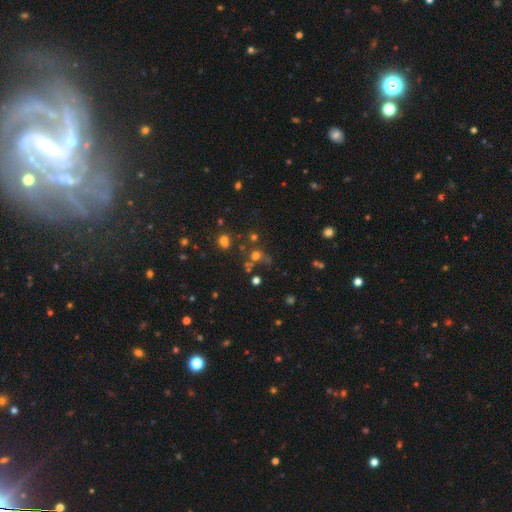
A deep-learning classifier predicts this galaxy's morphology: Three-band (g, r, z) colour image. It shows a smooth galaxy with no disk features (56%) that is round (85%). Merging: none (54%).